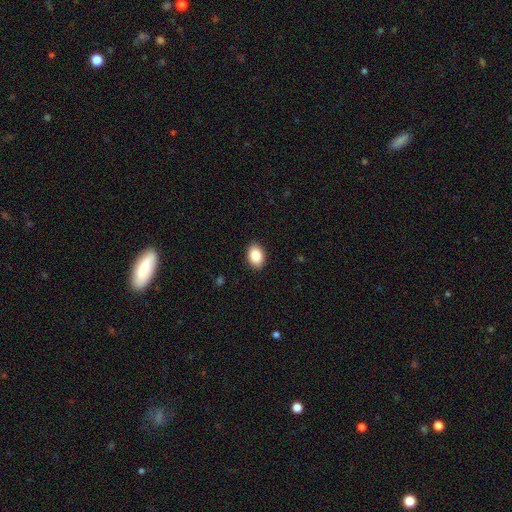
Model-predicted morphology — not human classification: Smooth or featured? Predicted: smooth (p=0.87). How rounded? Predicted: in between (p=0.83). Merging? Predicted: none (p=0.90).